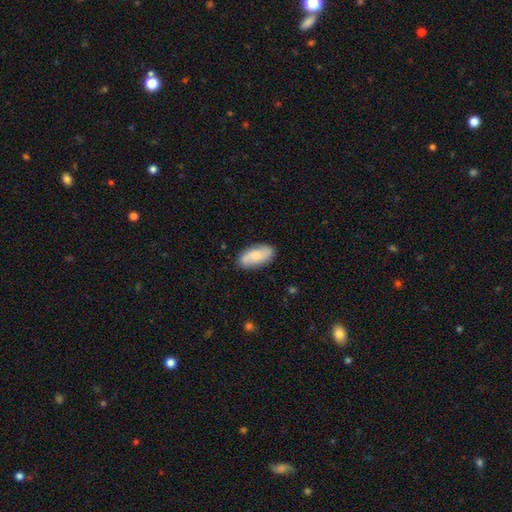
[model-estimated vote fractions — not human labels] Smooth or featured? smooth (64%)
How rounded? in between (90%)
Merging? none (83%)